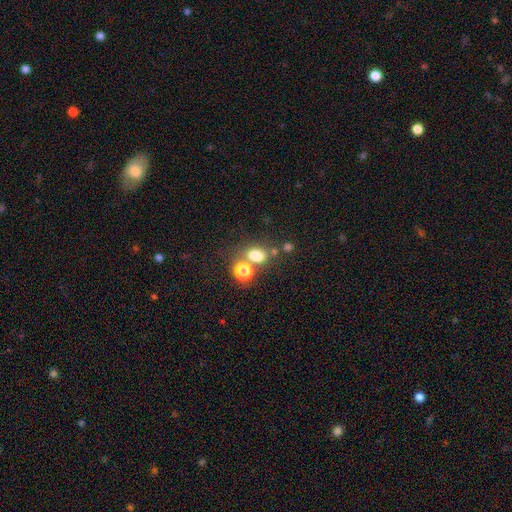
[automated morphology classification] Q: Smooth or featured?
A: smooth (73%); runner-up: star or artifact (17%)
Q: How rounded?
A: in between (60%); runner-up: round (38%)
Q: Merging?
A: none (51%); runner-up: merger (32%)